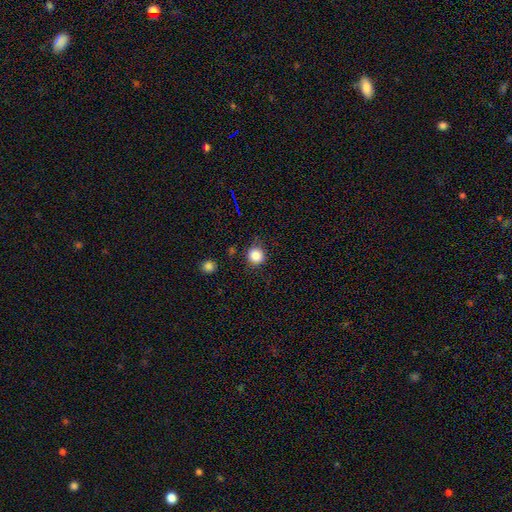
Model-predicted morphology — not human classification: The model was most divided on "merging": none: 78%, minor disturbance: 15%, major disturbance: 4%, merger: 3%. More confident: how rounded — round (91%); smooth or featured — smooth (85%).